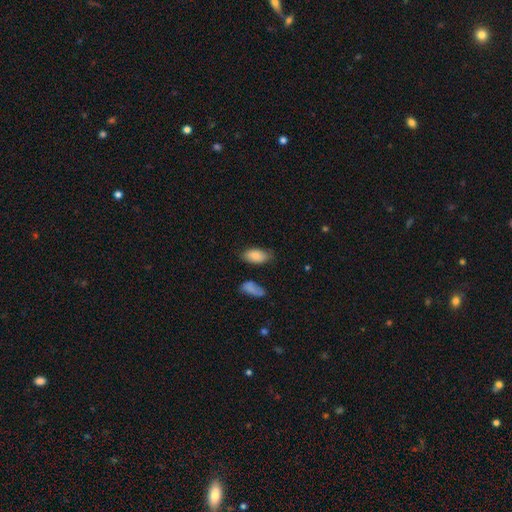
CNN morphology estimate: Smooth or featured? smooth (82%)
How rounded? in between (93%)
Merging? none (74%)